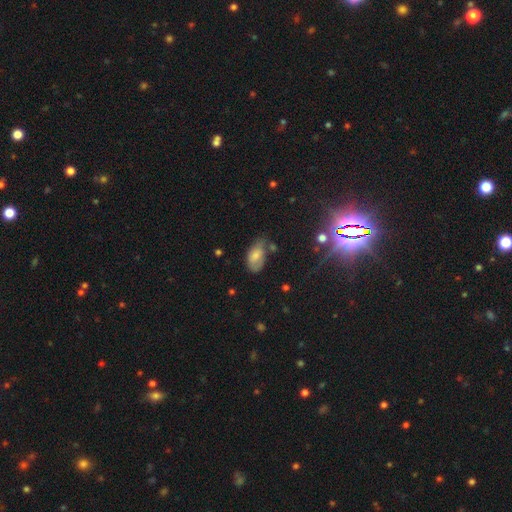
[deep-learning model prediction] Morphology: type=smooth (72%); roundness=in between (93%); merging=none (42%).